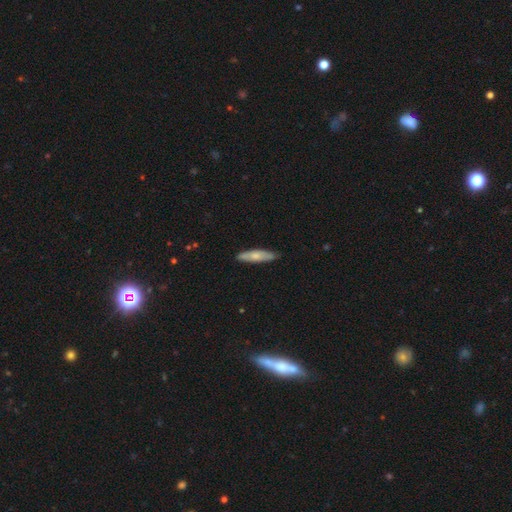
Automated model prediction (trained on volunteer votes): This appears to be a smooth galaxy with no disk features (64%) that is cigar-shaped (76%). Merging: none (85%).